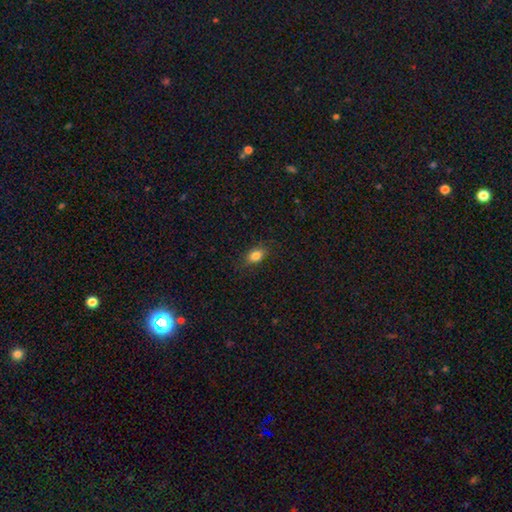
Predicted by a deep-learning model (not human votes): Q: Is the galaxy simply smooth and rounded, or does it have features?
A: smooth — 84%.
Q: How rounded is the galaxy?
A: in between — 81%.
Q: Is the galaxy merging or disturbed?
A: none — 82%.